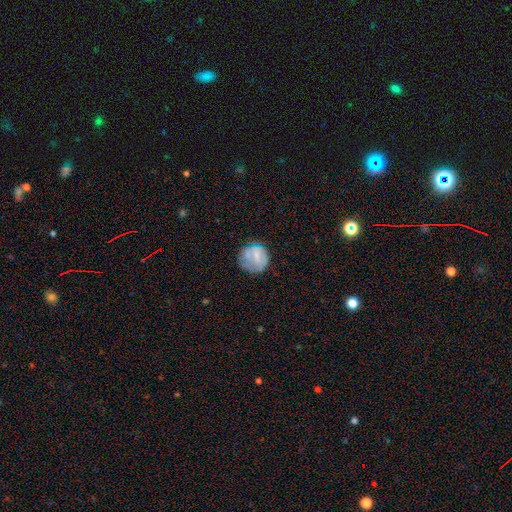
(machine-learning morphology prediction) smooth_or_featured: smooth (p=0.55) [alt: featured or disk p=0.37]
how_rounded: round (p=0.83) [alt: in between p=0.15]
merging: none (p=0.57) [alt: minor disturbance p=0.26]